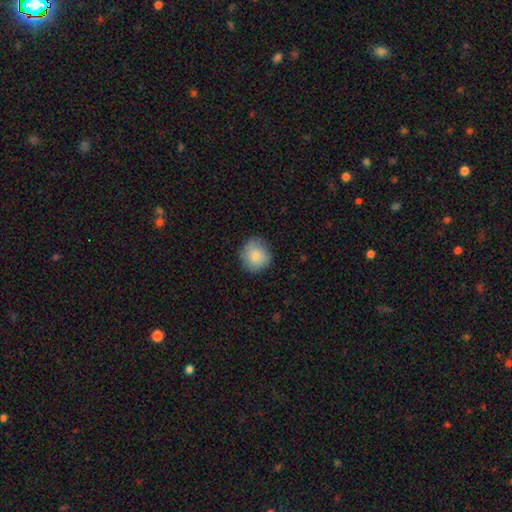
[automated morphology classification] type=smooth (84%); roundness=round (89%); merging=none (77%).